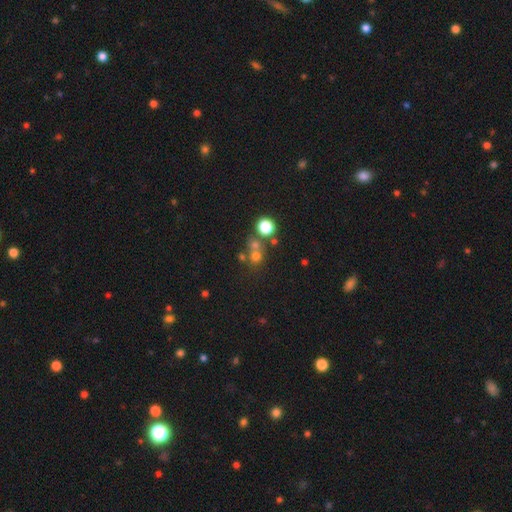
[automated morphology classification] Q: Smooth or featured?
A: smooth (64%); runner-up: star or artifact (24%)
Q: How rounded?
A: round (87%); runner-up: in between (12%)
Q: Merging?
A: none (55%); runner-up: merger (33%)